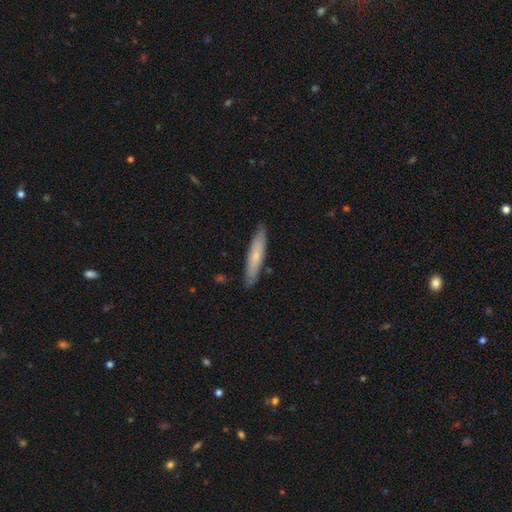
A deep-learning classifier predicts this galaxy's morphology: Q: Smooth or featured?
A: smooth (59%); runner-up: featured or disk (35%)
Q: How rounded?
A: cigar-shaped (87%); runner-up: in between (11%)
Q: Merging?
A: none (87%); runner-up: minor disturbance (10%)